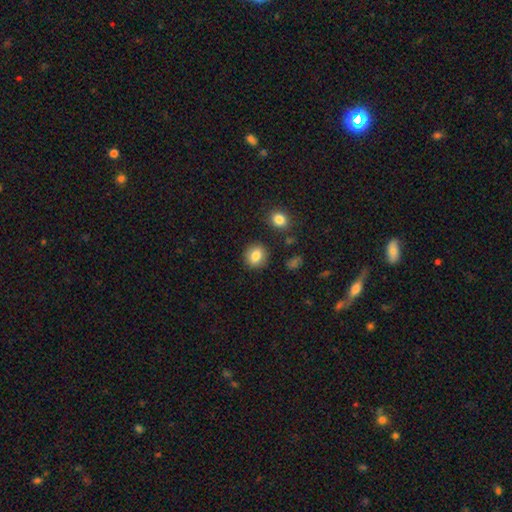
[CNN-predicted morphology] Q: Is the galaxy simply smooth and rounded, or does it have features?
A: smooth — 83%.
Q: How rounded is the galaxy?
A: round — 76%.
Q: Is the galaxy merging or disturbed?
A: none — 87%.